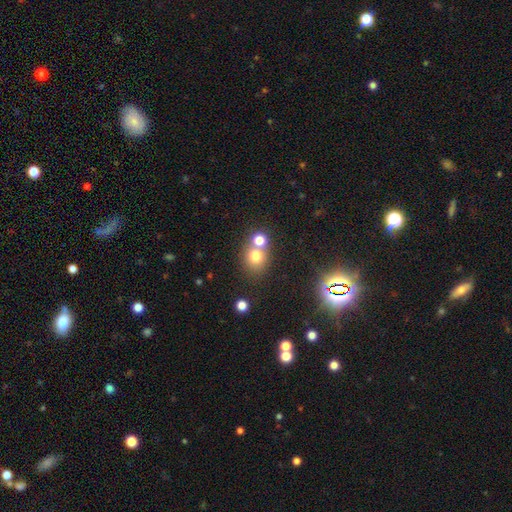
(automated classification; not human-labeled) Morphology: type=smooth (74%); roundness=round (76%); merging=none (47%).